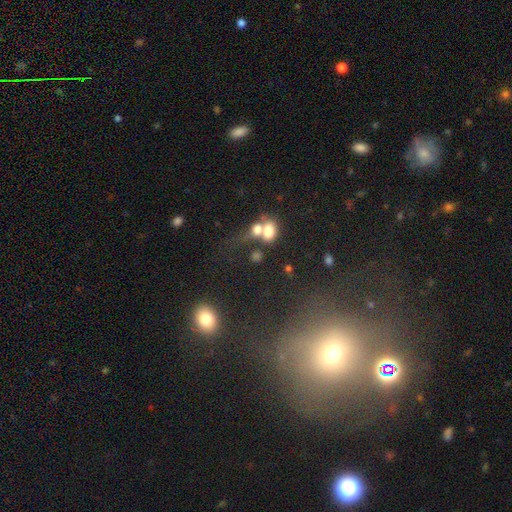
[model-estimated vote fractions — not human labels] smooth-or-featured: smooth: 56% | star or artifact: 24% | featured or disk: 20%
  how-rounded: round: 48% | in between: 46% | cigar-shaped: 6%
  merging: none: 41% | merger: 35% | minor disturbance: 12% | major disturbance: 12%